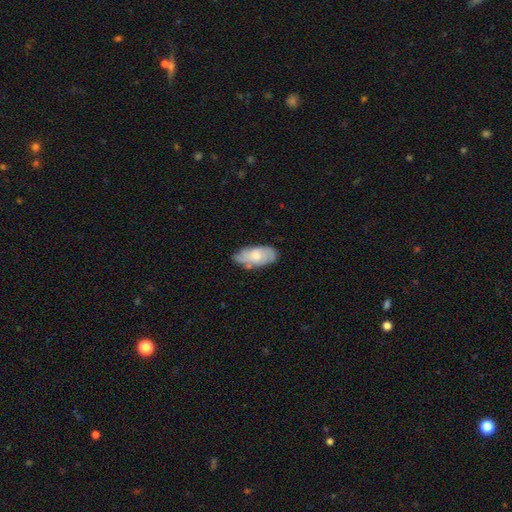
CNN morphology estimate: A smooth galaxy with no disk features (56%) that is in between round and cigar-shaped (92%).

Vote fractions:
- Smooth or featured? smooth: 56% / featured or disk: 38% / star or artifact: 6%
- How rounded? in between: 92% / cigar-shaped: 5% / round: 3%
- Merging? none: 69% / minor disturbance: 24% / major disturbance: 4% / merger: 2%